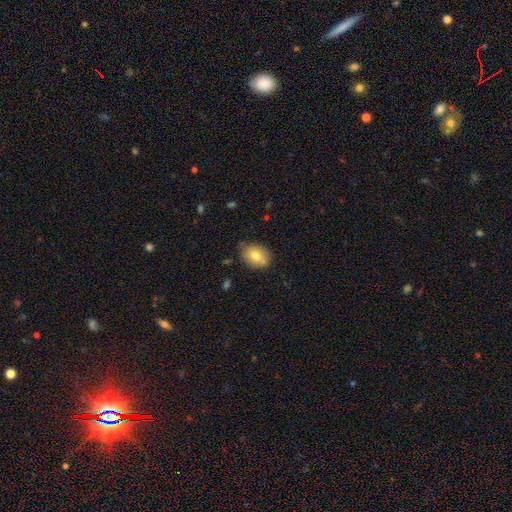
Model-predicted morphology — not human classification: A smooth galaxy with no disk features (76%) that is in between round and cigar-shaped (61%). Merging: none (72%).